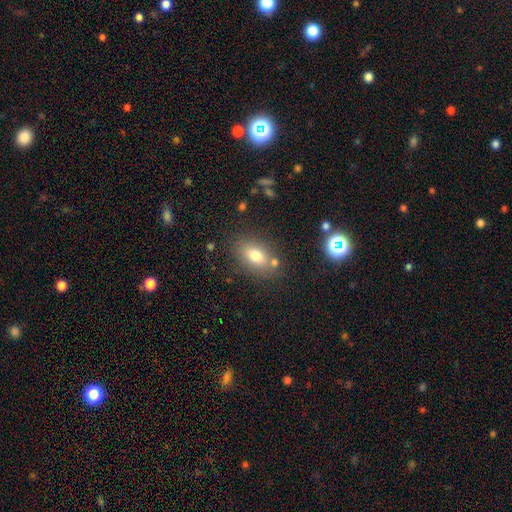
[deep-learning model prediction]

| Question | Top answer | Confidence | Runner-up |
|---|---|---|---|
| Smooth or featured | smooth | 75% | featured or disk (15%) |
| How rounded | in between | 82% | round (14%) |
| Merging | none | 74% | minor disturbance (13%) |